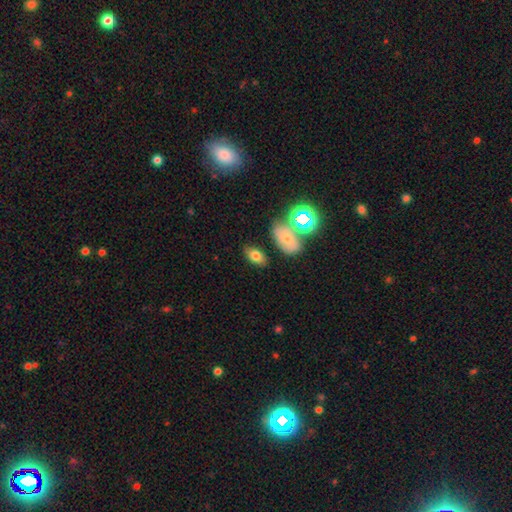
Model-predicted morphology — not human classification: Smooth or featured: smooth — 72% (star or artifact — 14%)
How rounded: in between — 89% (round — 8%)
Merging: none — 75% (minor disturbance — 13%)